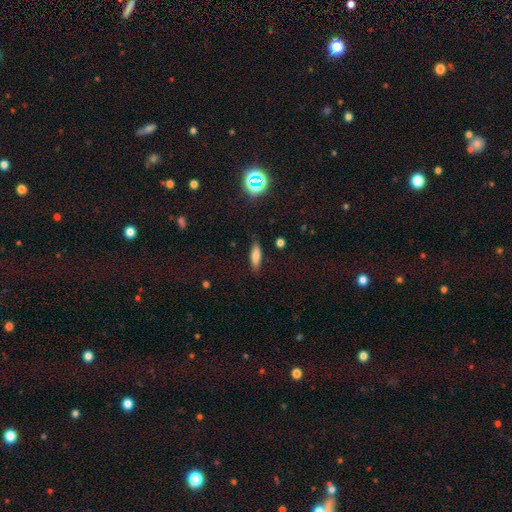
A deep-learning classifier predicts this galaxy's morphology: Smooth or featured?
  - smooth: 73% *
  - featured or disk: 17%
  - star or artifact: 11%
How rounded?
  - cigar-shaped: 56% *
  - in between: 42%
  - round: 2%
Merging?
  - none: 84% *
  - minor disturbance: 11%
  - major disturbance: 3%
  - merger: 2%